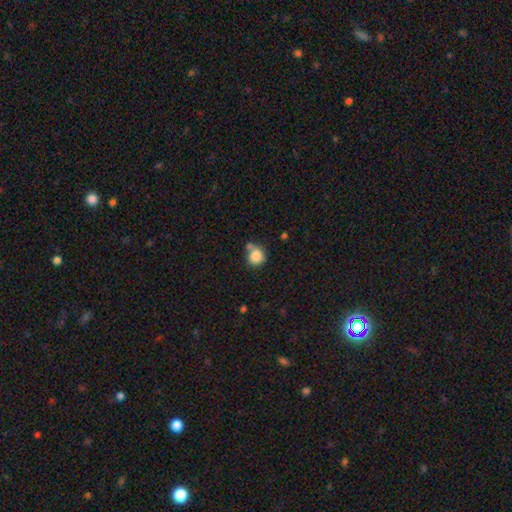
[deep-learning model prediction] Smooth or featured?
  - smooth: 85% *
  - star or artifact: 9%
  - featured or disk: 6%
How rounded?
  - round: 87% *
  - in between: 12%
  - cigar-shaped: 1%
Merging?
  - none: 57% *
  - merger: 23%
  - minor disturbance: 15%
  - major disturbance: 5%